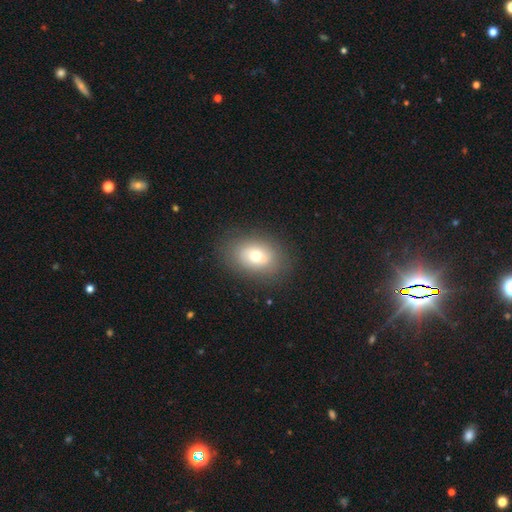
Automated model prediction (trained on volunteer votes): Overall: smooth (66%). How rounded: in between (74%). Merging: none (82%).